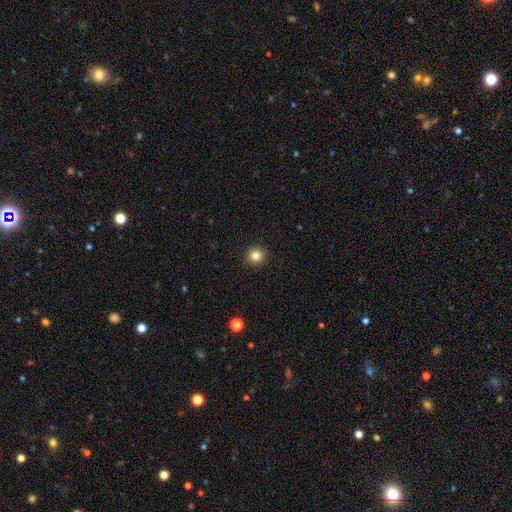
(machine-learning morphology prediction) smooth-or-featured: smooth: 84% | star or artifact: 11% | featured or disk: 5%
  how-rounded: round: 95% | in between: 4% | cigar-shaped: 1%
  merging: none: 92% | minor disturbance: 6% | major disturbance: 2% | merger: 1%